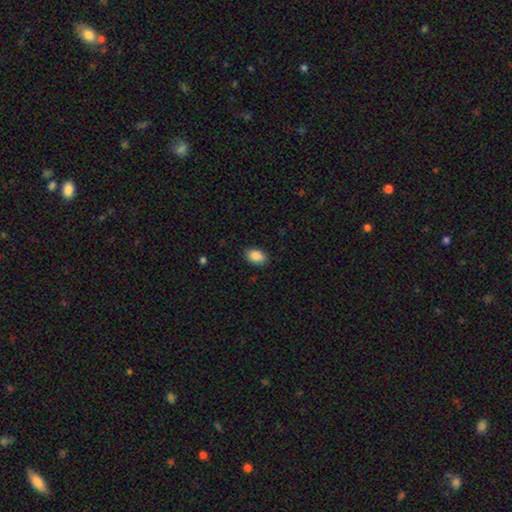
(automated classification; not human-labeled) A smooth galaxy with no disk features (89%) that is in between round and cigar-shaped (89%). Merging: none (87%).